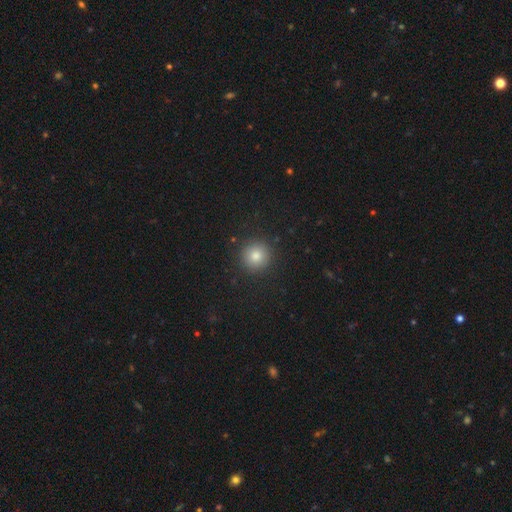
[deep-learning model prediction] Smooth or featured?
  - smooth: 81% *
  - star or artifact: 12%
  - featured or disk: 6%
How rounded?
  - round: 94% *
  - in between: 5%
  - cigar-shaped: 1%
Merging?
  - none: 92% *
  - minor disturbance: 5%
  - major disturbance: 2%
  - merger: 1%